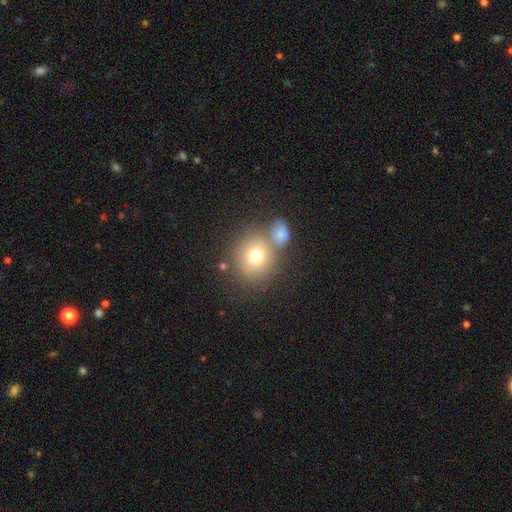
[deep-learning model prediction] The model was most divided on "merging": none: 57%, merger: 27%, minor disturbance: 10%, major disturbance: 5%. More confident: how rounded — round (86%); smooth or featured — smooth (72%).